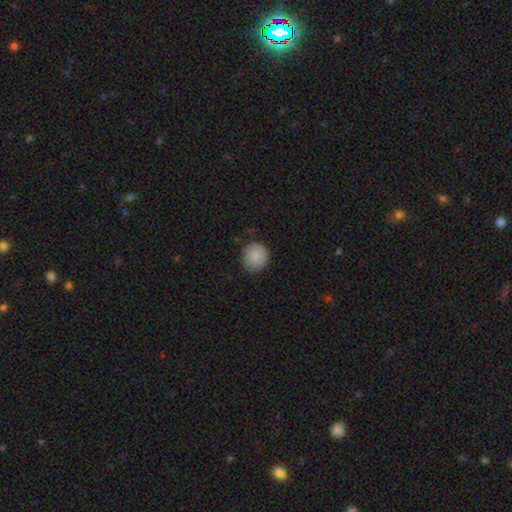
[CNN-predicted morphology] Smooth or featured? Predicted: smooth (p=0.88). How rounded? Predicted: round (p=0.89). Merging? Predicted: none (p=0.83).